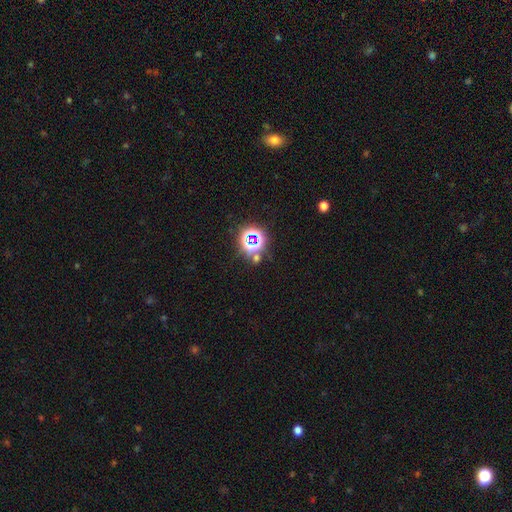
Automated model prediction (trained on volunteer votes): A star or artifact, not a galaxy (75%).